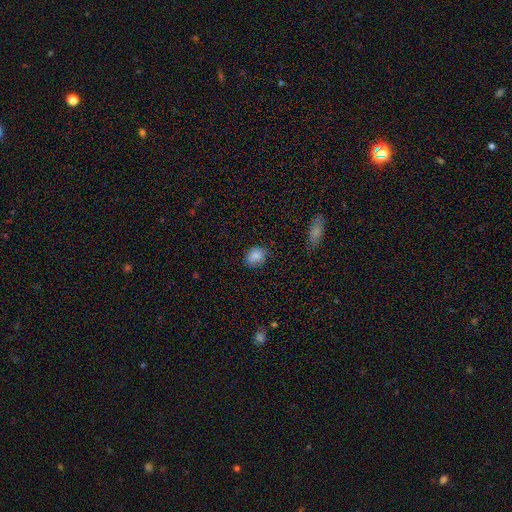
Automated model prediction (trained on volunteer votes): smooth 85%, star or artifact 9%, featured or disk 6%. Down the decision tree: how rounded — in between (57%); merging — none (81%).